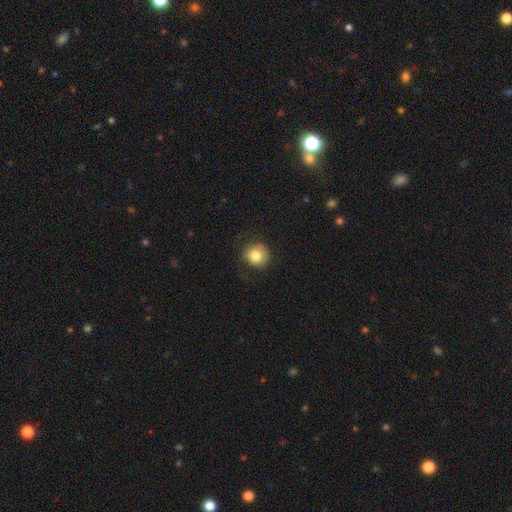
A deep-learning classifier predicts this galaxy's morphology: Q: Smooth or featured?
A: smooth (82%); runner-up: star or artifact (10%)
Q: How rounded?
A: round (90%); runner-up: in between (9%)
Q: Merging?
A: none (81%); runner-up: minor disturbance (14%)